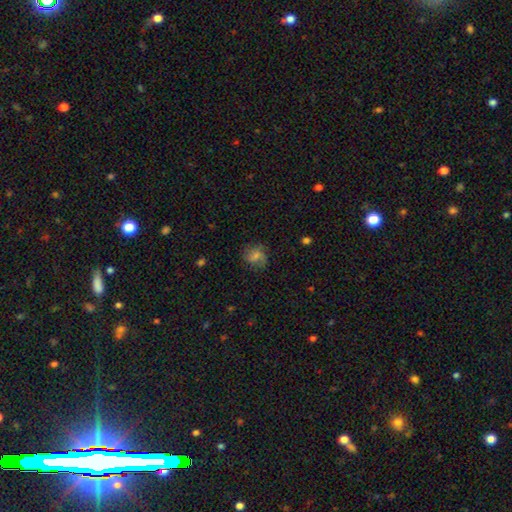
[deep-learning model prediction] Smooth or featured? Predicted: smooth (p=0.46). Merging? Predicted: none (p=0.73).